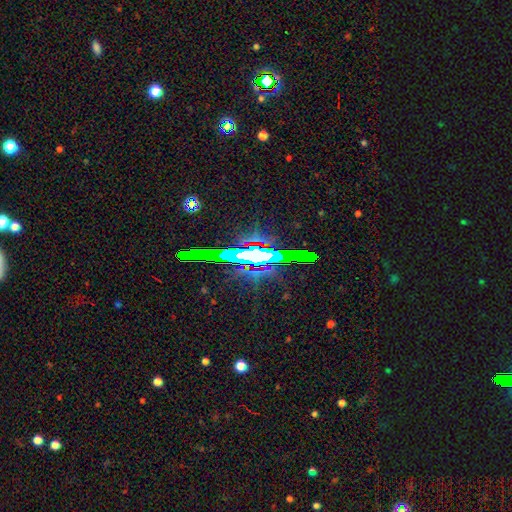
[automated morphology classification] This is possibly a star or artifact rather than a galaxy (55%).